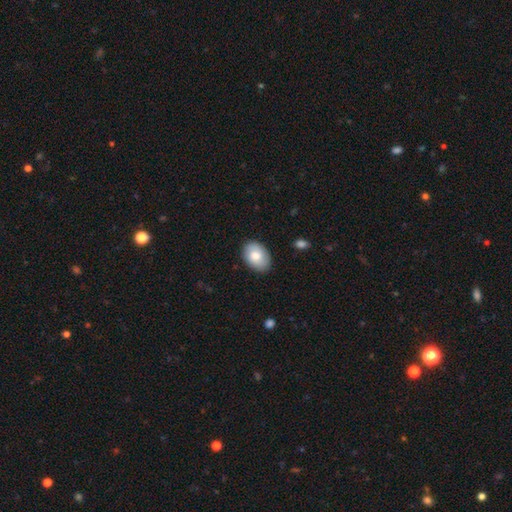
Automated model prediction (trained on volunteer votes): Morphology: type=smooth (77%); roundness=in between (82%); merging=none (85%).